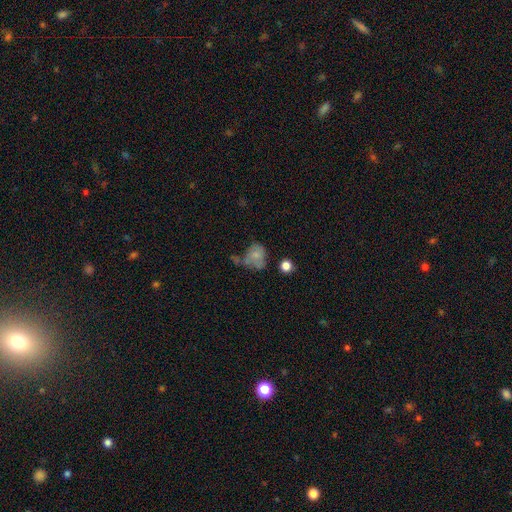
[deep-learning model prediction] Smooth or featured: smooth — 66% (featured or disk — 23%)
How rounded: in between — 54% (round — 45%)
Merging: none — 31% (minor disturbance — 25%)